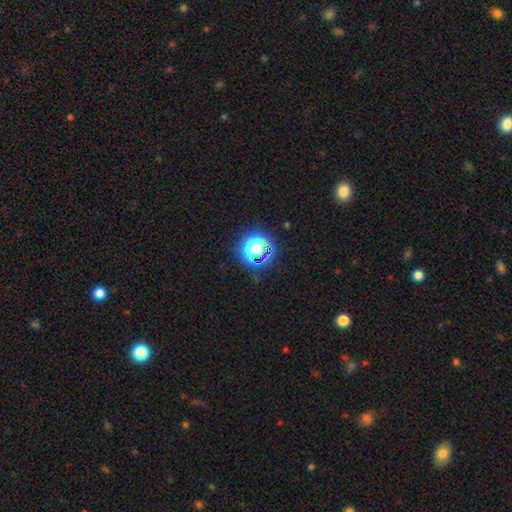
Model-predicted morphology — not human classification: A star or artifact, not a galaxy (78%).

Vote fractions:
- Smooth or featured? star or artifact: 78% / smooth: 15% / featured or disk: 7%